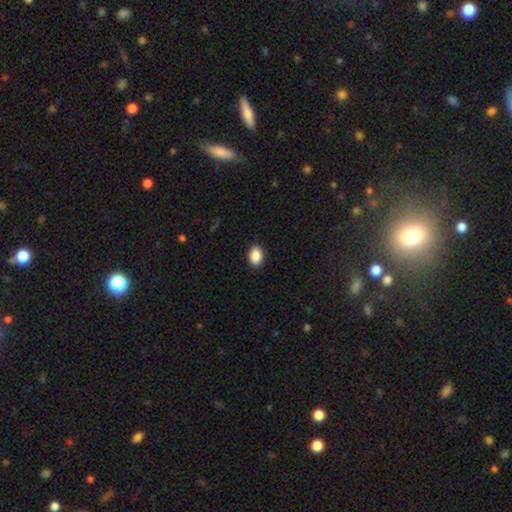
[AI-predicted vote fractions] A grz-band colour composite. It shows a smooth galaxy with no disk features (88%) that is in between round and cigar-shaped (86%). Merging: none (89%).